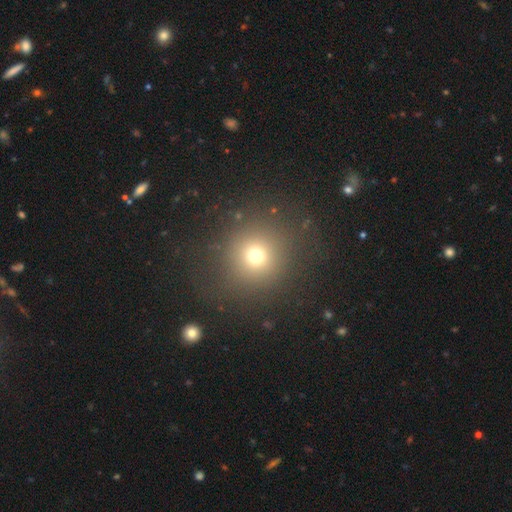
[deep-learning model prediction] Morphology: type=smooth (71%); roundness=round (92%); merging=none (84%).